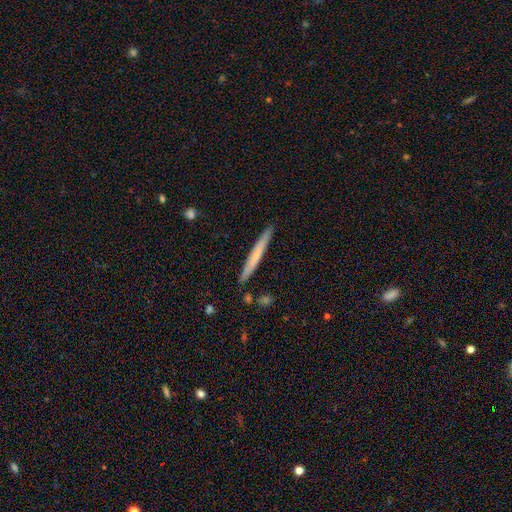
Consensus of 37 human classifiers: This appears to be a smooth galaxy with no disk features (65%) that is cigar-shaped (96%). Merging: none (95%).